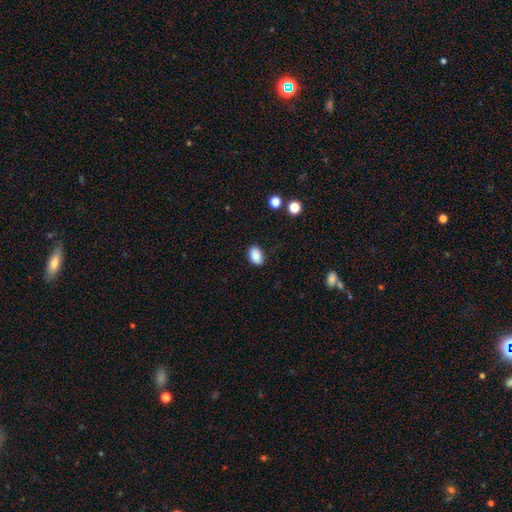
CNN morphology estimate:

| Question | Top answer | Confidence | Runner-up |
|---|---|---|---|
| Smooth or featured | smooth | 88% | star or artifact (8%) |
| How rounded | in between | 83% | round (16%) |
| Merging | none | 86% | minor disturbance (10%) |